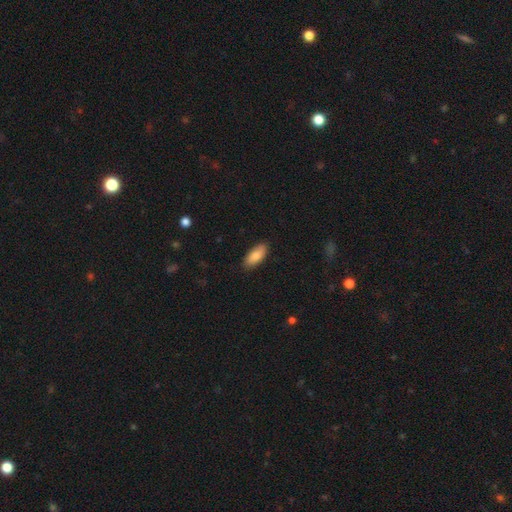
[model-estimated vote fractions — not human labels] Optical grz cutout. It shows a smooth galaxy with no disk features (84%) that is in between round and cigar-shaped (85%). Merging: none (86%).